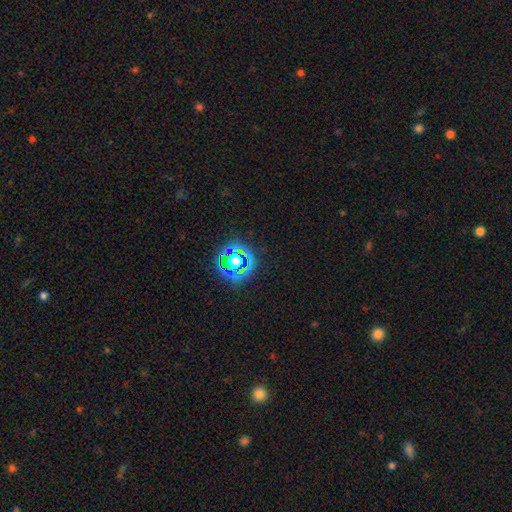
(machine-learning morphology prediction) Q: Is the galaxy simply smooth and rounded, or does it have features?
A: star or artifact — 74%.